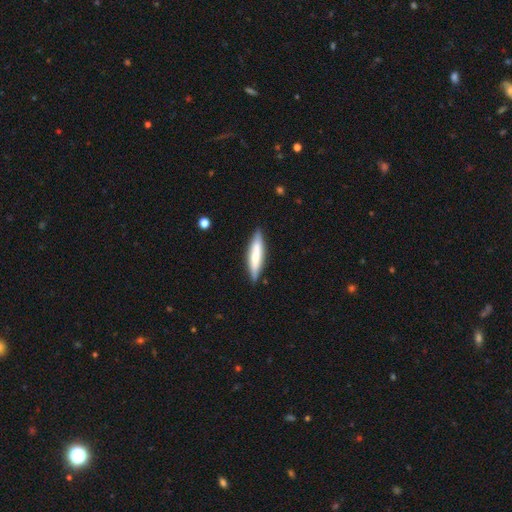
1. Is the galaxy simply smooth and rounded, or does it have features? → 57% smooth, 30% featured or disk, 12% star or artifact.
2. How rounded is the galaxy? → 78% cigar-shaped, 22% in between, 0% round.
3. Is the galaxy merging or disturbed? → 69% none, 20% minor disturbance, 6% major disturbance, 6% merger.